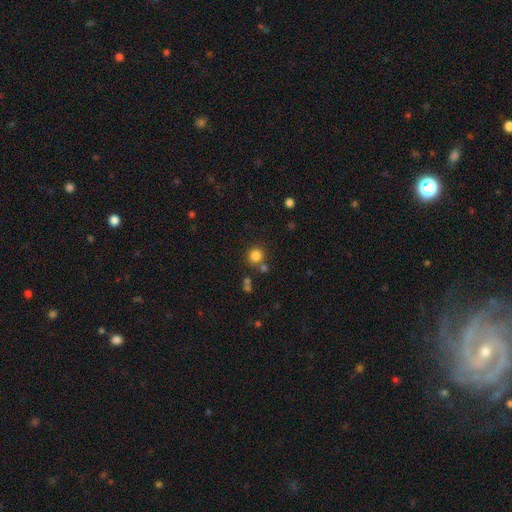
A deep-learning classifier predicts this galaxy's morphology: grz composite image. It shows a smooth galaxy with no disk features (82%) that is round (92%). Merging: none (79%).